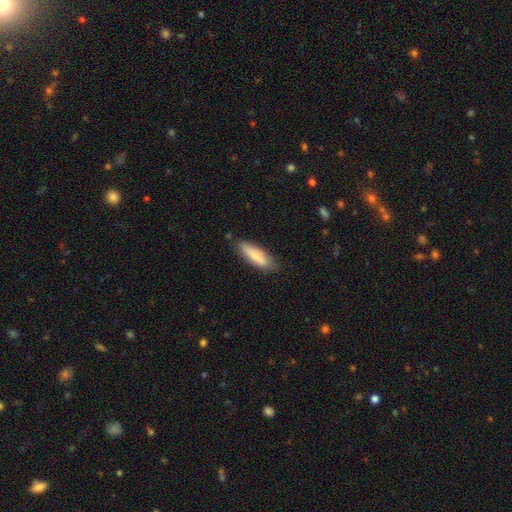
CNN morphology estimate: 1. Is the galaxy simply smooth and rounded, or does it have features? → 74% smooth, 20% featured or disk, 6% star or artifact.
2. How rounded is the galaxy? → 56% cigar-shaped, 42% in between, 2% round.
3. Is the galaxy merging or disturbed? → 79% none, 16% minor disturbance, 3% major disturbance, 2% merger.